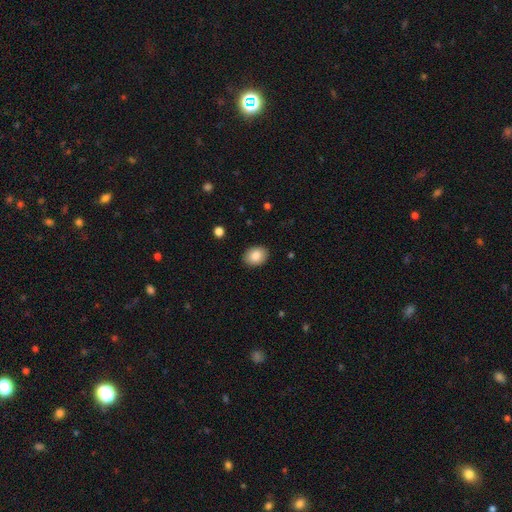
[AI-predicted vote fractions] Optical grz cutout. It shows a smooth galaxy with no disk features (86%) that is in between round and cigar-shaped (66%). Merging: none (88%).